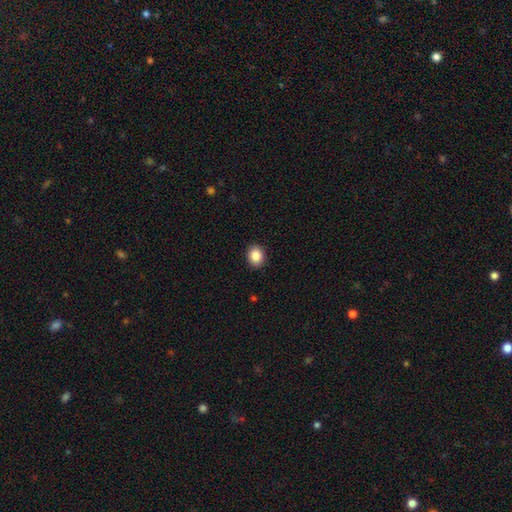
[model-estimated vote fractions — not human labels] A smooth galaxy with no disk features (86%) that is round (53%). Merging: none (91%).